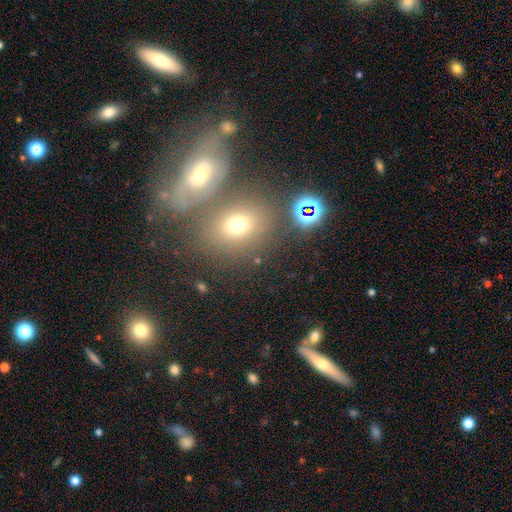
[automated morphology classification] A smooth galaxy with no disk features (56%) that is in between round and cigar-shaped (55%).

Vote fractions:
- Smooth or featured? smooth: 56% / star or artifact: 23% / featured or disk: 20%
- How rounded? in between: 55% / round: 41% / cigar-shaped: 4%
- Merging? none: 61% / merger: 22% / minor disturbance: 11% / major disturbance: 6%